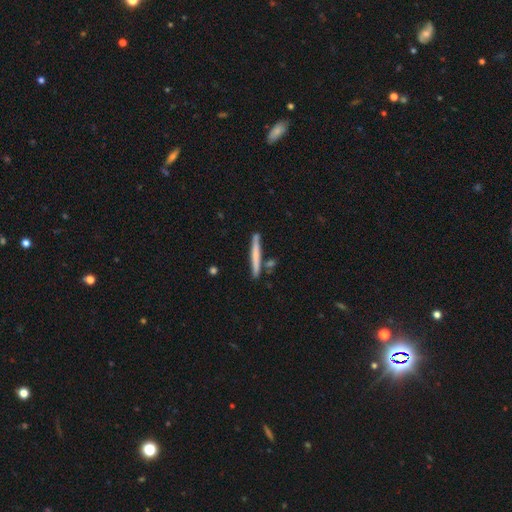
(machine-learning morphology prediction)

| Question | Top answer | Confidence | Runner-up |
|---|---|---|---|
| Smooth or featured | smooth | 61% | featured or disk (33%) |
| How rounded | cigar-shaped | 96% | in between (2%) |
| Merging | none | 83% | minor disturbance (10%) |